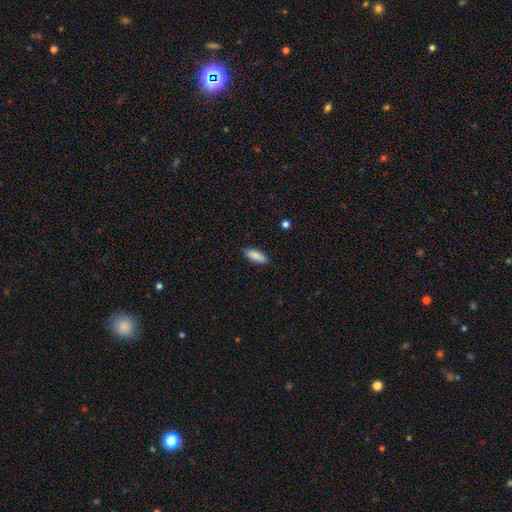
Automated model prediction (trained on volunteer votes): Q: Smooth or featured?
A: smooth (86%); runner-up: featured or disk (7%)
Q: How rounded?
A: in between (70%); runner-up: cigar-shaped (29%)
Q: Merging?
A: none (85%); runner-up: minor disturbance (12%)